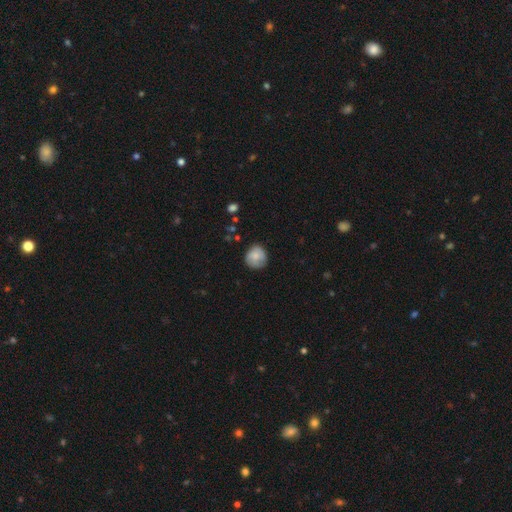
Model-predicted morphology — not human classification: Smooth or featured?
  - smooth: 74% *
  - featured or disk: 19%
  - star or artifact: 7%
How rounded?
  - round: 87% *
  - in between: 12%
  - cigar-shaped: 1%
Merging?
  - none: 74% *
  - minor disturbance: 20%
  - major disturbance: 4%
  - merger: 1%